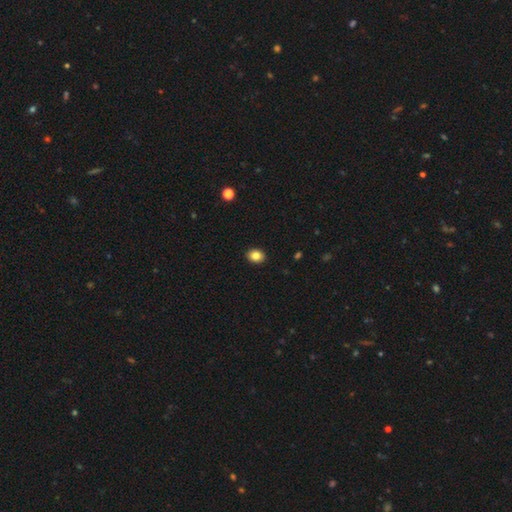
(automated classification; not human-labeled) Smooth or featured?
  - smooth: 84% *
  - star or artifact: 10%
  - featured or disk: 6%
How rounded?
  - in between: 55% *
  - round: 44%
  - cigar-shaped: 1%
Merging?
  - none: 91% *
  - minor disturbance: 6%
  - major disturbance: 2%
  - merger: 1%